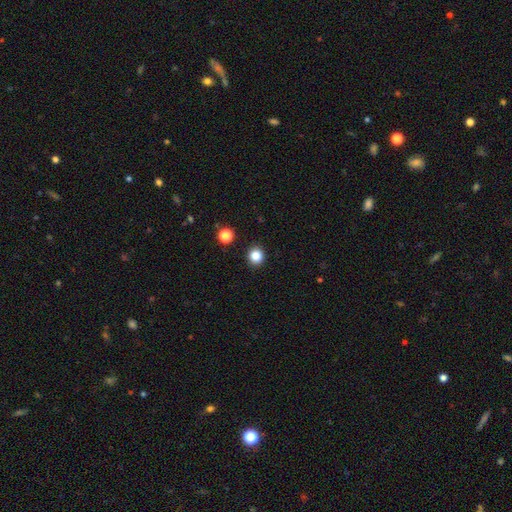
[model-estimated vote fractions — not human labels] smooth-or-featured: smooth: 84% | star or artifact: 12% | featured or disk: 4%
  how-rounded: round: 88% | in between: 11% | cigar-shaped: 1%
  merging: none: 91% | minor disturbance: 5% | major disturbance: 2% | merger: 2%